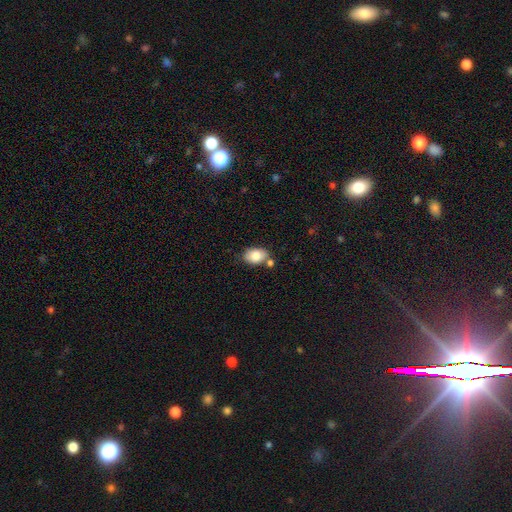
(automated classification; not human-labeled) Morphology: type=smooth (83%); roundness=in between (83%); merging=none (67%).